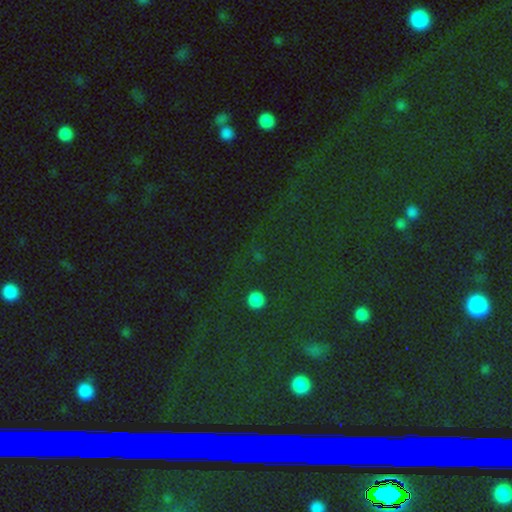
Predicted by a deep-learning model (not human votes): star or artifact 77%, featured or disk 12%, smooth 11%.